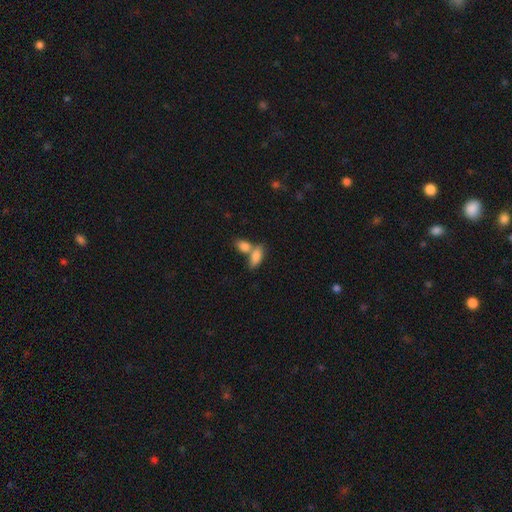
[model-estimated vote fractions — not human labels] Smooth or featured: smooth — 83% (featured or disk — 10%)
How rounded: in between — 84% (cigar-shaped — 11%)
Merging: merger — 50% (none — 37%)